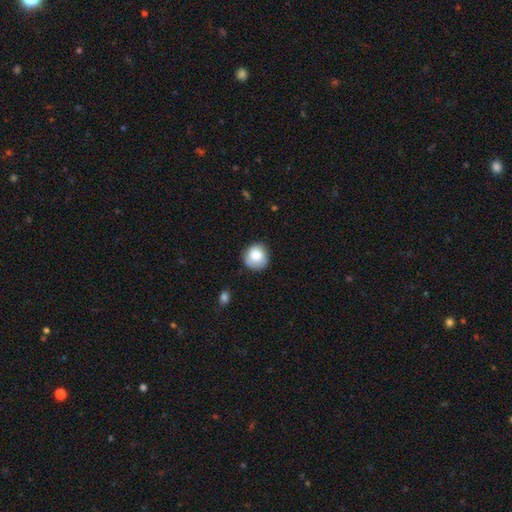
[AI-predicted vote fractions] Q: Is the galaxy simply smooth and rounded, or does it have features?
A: smooth — 82%.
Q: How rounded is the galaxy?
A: round — 89%.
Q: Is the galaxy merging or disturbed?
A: none — 74%.